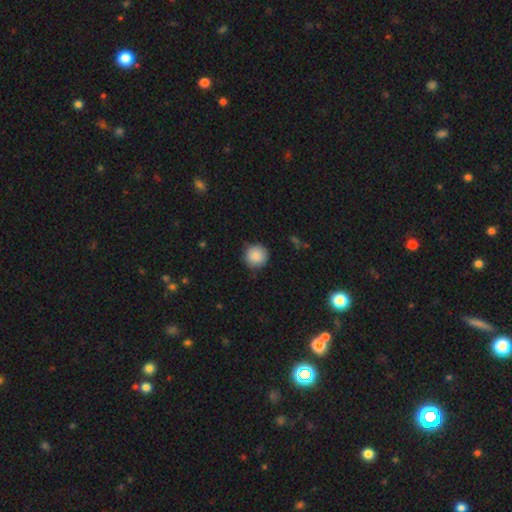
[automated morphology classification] Smooth or featured?
  - smooth: 88% *
  - star or artifact: 8%
  - featured or disk: 4%
How rounded?
  - round: 95% *
  - in between: 4%
  - cigar-shaped: 1%
Merging?
  - none: 86% *
  - minor disturbance: 10%
  - major disturbance: 2%
  - merger: 1%